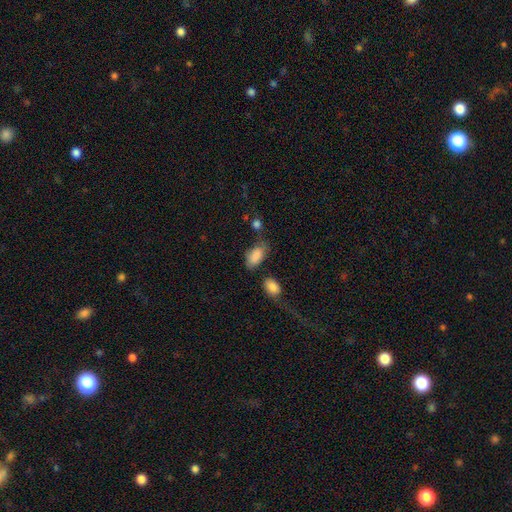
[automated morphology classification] This is clearly a smooth galaxy (86%). How rounded: clearly in between (93%). Merging: possibly none (50%).